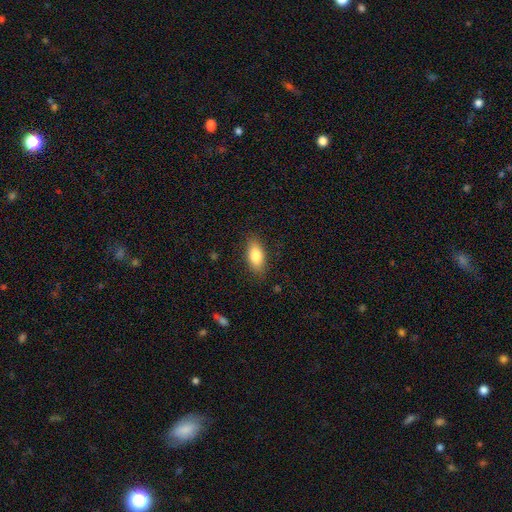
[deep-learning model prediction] Smooth or featured: smooth — 81% (featured or disk — 12%)
How rounded: in between — 88% (cigar-shaped — 8%)
Merging: none — 85% (minor disturbance — 11%)